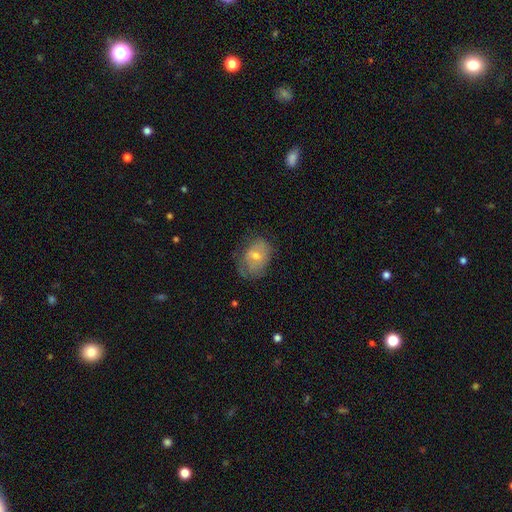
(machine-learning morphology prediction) smooth 47%, featured or disk 44%, star or artifact 9%. Down the decision tree: merging — none (56%).